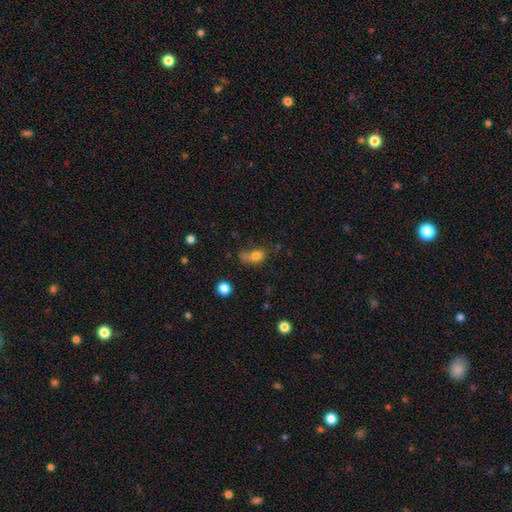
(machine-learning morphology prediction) A smooth galaxy with no disk features (76%) that is in between round and cigar-shaped (65%). Merging: none (39%).